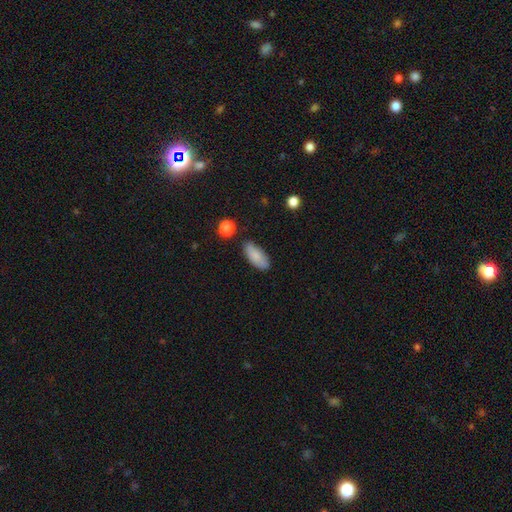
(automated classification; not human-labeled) This is clearly a smooth galaxy (84%). How rounded: clearly in between (86%). Merging: likely none (74%).